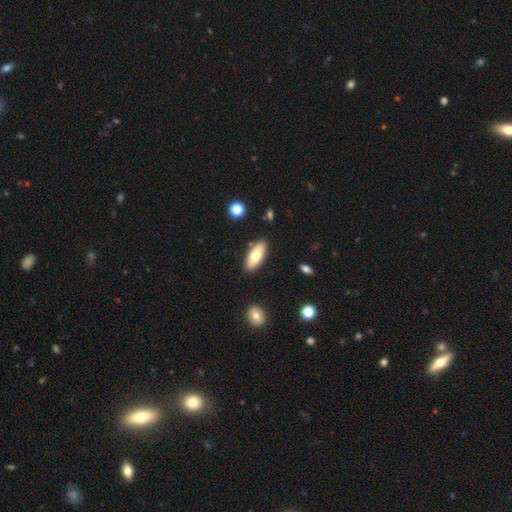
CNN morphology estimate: Q: Smooth or featured?
A: smooth (71%); runner-up: featured or disk (22%)
Q: How rounded?
A: in between (80%); runner-up: cigar-shaped (18%)
Q: Merging?
A: none (86%); runner-up: minor disturbance (9%)